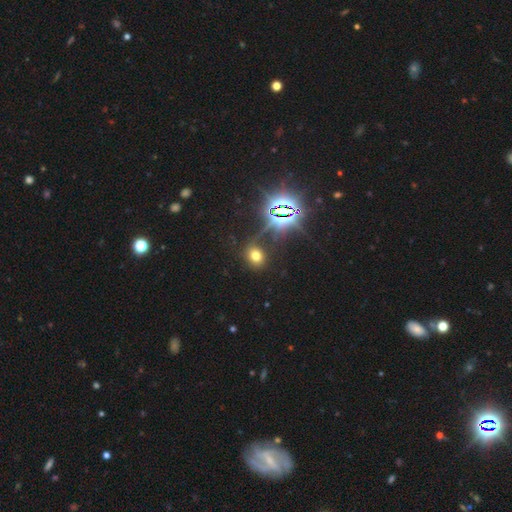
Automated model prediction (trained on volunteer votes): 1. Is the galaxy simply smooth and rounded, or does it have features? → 57% smooth, 34% star or artifact, 9% featured or disk.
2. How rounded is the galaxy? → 60% round, 38% in between, 2% cigar-shaped.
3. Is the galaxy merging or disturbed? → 79% none, 11% minor disturbance, 6% major disturbance, 4% merger.